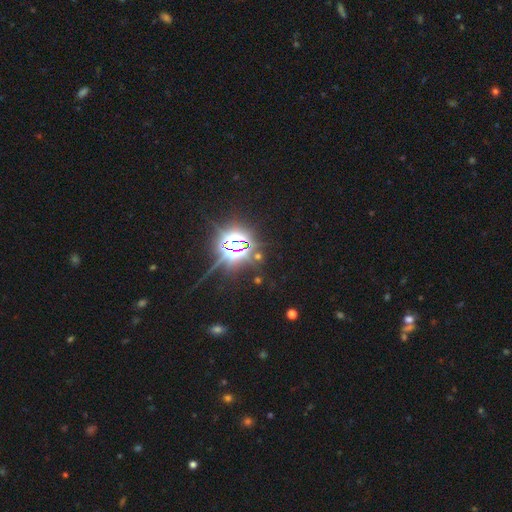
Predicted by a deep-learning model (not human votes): Smooth or featured?
  - star or artifact: 83% *
  - featured or disk: 9%
  - smooth: 8%